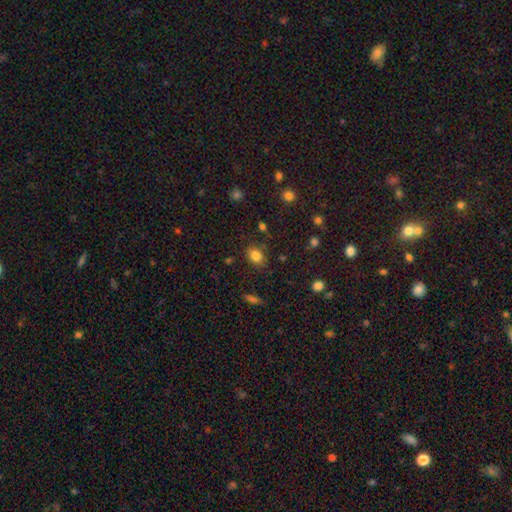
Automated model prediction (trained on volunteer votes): smooth-or-featured: smooth: 82% | star or artifact: 11% | featured or disk: 7%
  how-rounded: in between: 57% | round: 42% | cigar-shaped: 1%
  merging: none: 83% | minor disturbance: 12% | major disturbance: 3% | merger: 2%